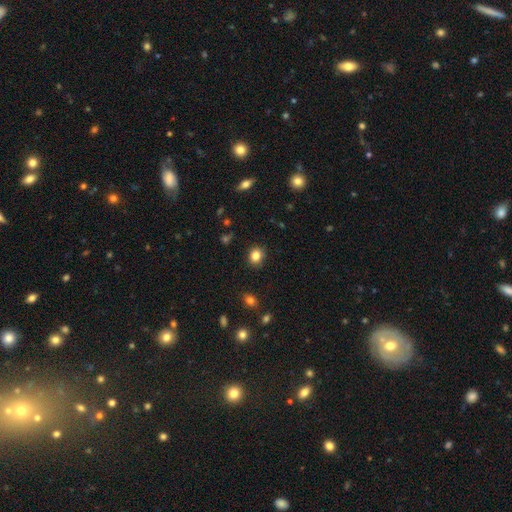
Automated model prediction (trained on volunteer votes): This is clearly a smooth galaxy (84%). How rounded: likely round (68%). Merging: clearly none (88%).